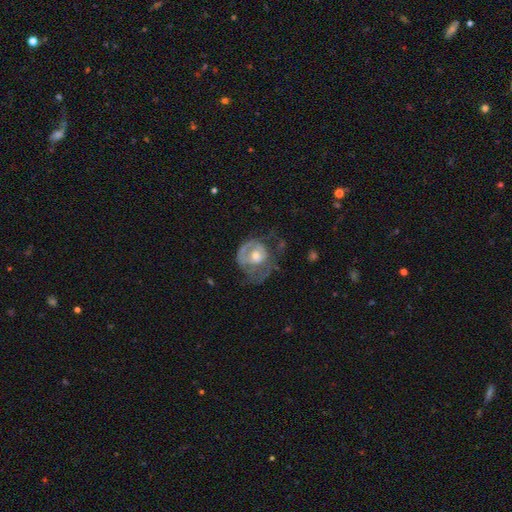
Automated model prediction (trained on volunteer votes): Smooth or featured? Predicted: featured or disk (p=0.63). Edge-on disk? Predicted: no (p=0.97). Bar? Predicted: no (p=0.78). Spiral arms? Predicted: yes (p=0.53). Bulge size? Predicted: moderate (p=0.65). Merging? Predicted: none (p=0.38).